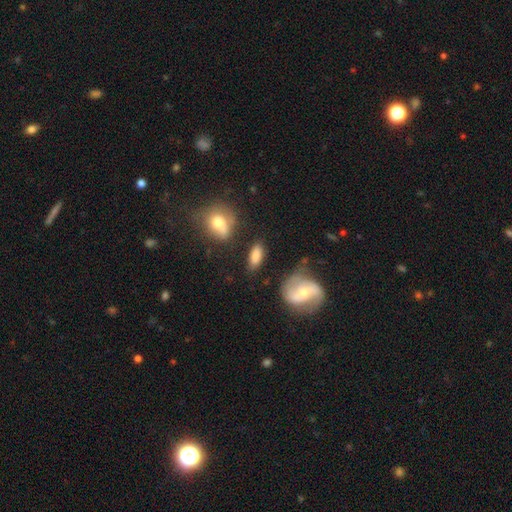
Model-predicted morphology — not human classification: smooth-or-featured: smooth: 78% | featured or disk: 14% | star or artifact: 8%
  how-rounded: in between: 81% | cigar-shaped: 14% | round: 5%
  merging: none: 74% | minor disturbance: 15% | merger: 6% | major disturbance: 5%